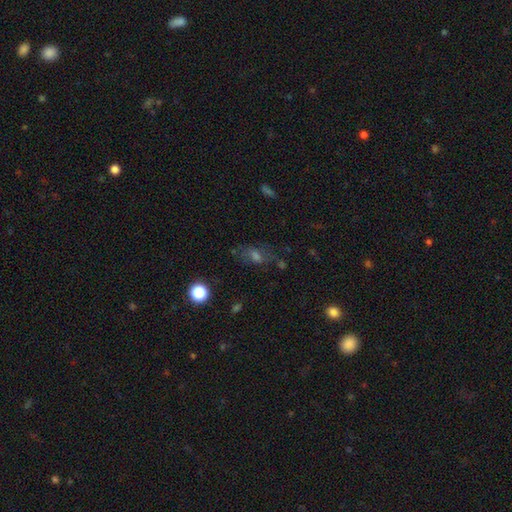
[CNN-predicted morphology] Smooth or featured? smooth (43%)
Merging? none (64%)